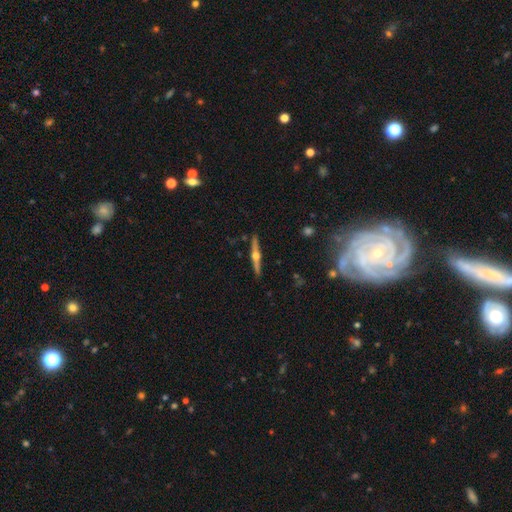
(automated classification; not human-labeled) A featured or disk galaxy (78%) viewed edge-on (98%) with a rounded central bulge (96%).

Vote fractions:
- Smooth or featured? featured or disk: 78% / smooth: 17% / star or artifact: 6%
- Edge-on disk? yes: 98% / no: 2%
- Edge-on bulge? rounded: 96% / boxy: 2% / none: 2%
- Merging? none: 91% / minor disturbance: 7% / major disturbance: 1% / merger: 1%